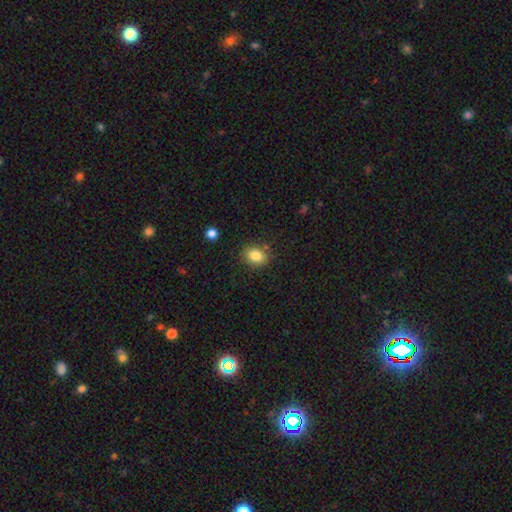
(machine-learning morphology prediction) This is clearly a smooth galaxy (84%). How rounded: possibly in between (55%). Merging: clearly none (81%).